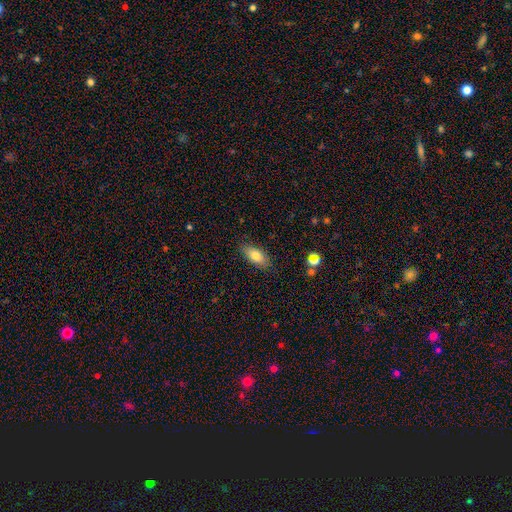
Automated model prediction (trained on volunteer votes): Smooth or featured?
  - smooth: 79% *
  - featured or disk: 13%
  - star or artifact: 7%
How rounded?
  - in between: 85% *
  - cigar-shaped: 12%
  - round: 3%
Merging?
  - none: 85% *
  - minor disturbance: 11%
  - major disturbance: 2%
  - merger: 1%